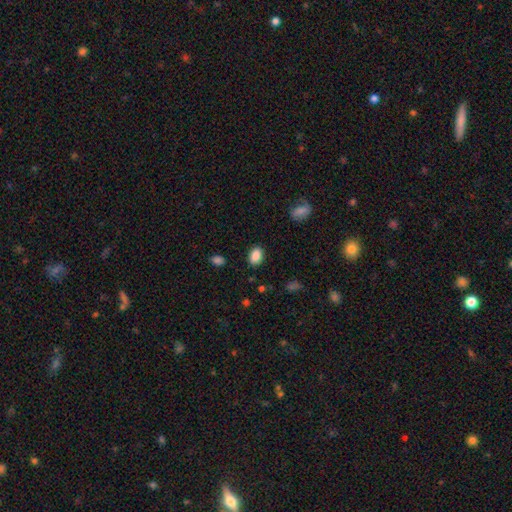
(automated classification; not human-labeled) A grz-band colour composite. It shows a smooth galaxy with no disk features (88%) that is in between round and cigar-shaped (81%). Merging: none (87%).